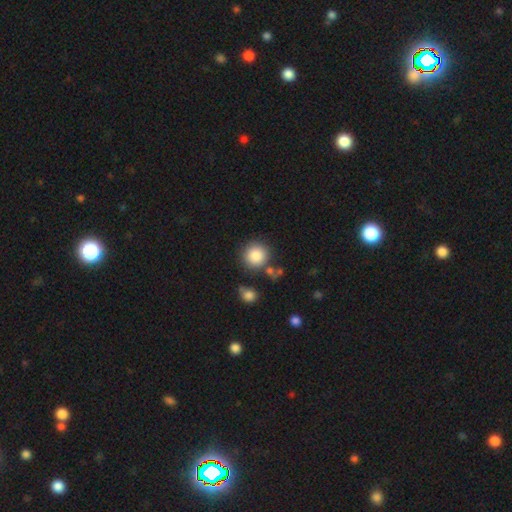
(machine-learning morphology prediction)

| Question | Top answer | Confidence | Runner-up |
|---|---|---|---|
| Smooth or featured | smooth | 86% | star or artifact (9%) |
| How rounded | round | 93% | in between (6%) |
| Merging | none | 77% | minor disturbance (10%) |